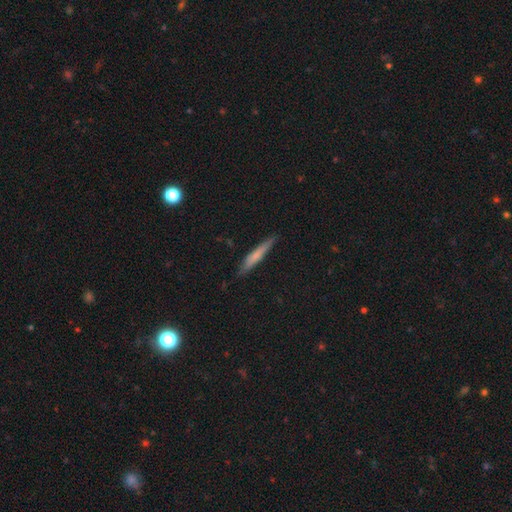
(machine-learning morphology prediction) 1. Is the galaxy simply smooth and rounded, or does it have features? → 63% smooth, 31% featured or disk, 6% star or artifact.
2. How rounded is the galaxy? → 94% cigar-shaped, 4% in between, 1% round.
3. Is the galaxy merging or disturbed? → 86% none, 11% minor disturbance, 2% major disturbance, 1% merger.